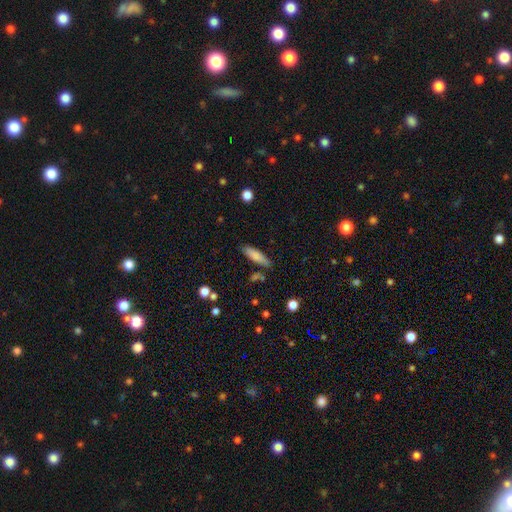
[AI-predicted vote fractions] smooth_or_featured: smooth (p=0.82) [alt: featured or disk p=0.12]
how_rounded: cigar-shaped (p=0.60) [alt: in between p=0.38]
merging: none (p=0.81) [alt: minor disturbance p=0.12]